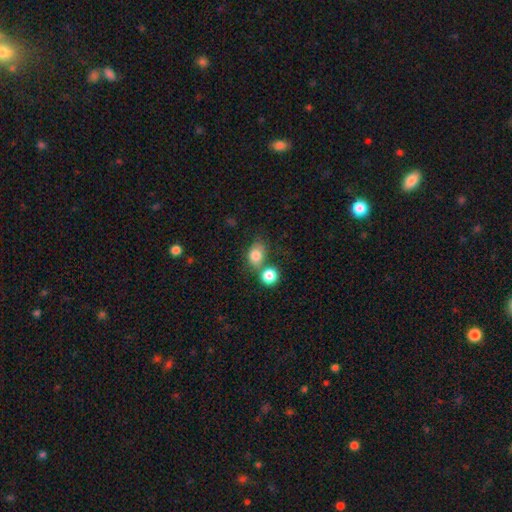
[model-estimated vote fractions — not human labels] Smooth or featured?
  - smooth: 81% *
  - featured or disk: 9%
  - star or artifact: 9%
How rounded?
  - in between: 58% *
  - round: 40%
  - cigar-shaped: 1%
Merging?
  - none: 49% *
  - merger: 29%
  - minor disturbance: 15%
  - major disturbance: 6%